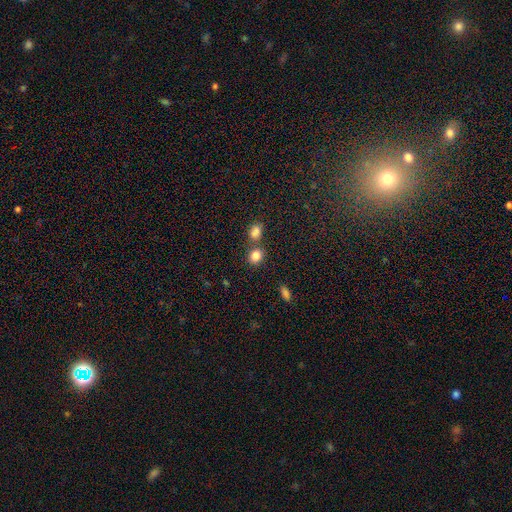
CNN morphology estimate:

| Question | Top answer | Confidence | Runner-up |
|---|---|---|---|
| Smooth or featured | smooth | 84% | star or artifact (11%) |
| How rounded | round | 59% | in between (40%) |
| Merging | none | 62% | merger (26%) |